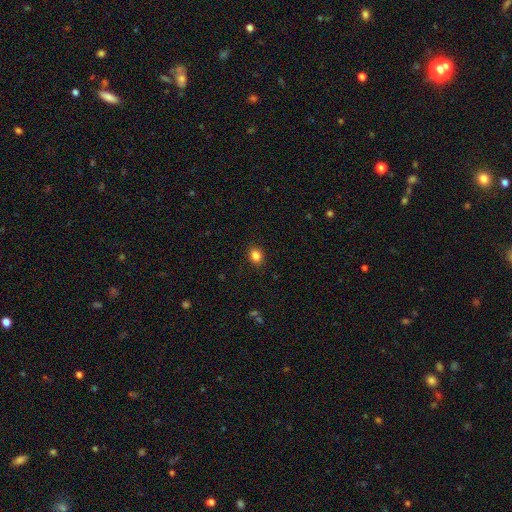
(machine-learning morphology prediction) Smooth or featured: smooth — 85% (star or artifact — 11%)
How rounded: round — 57% (in between — 43%)
Merging: none — 90% (minor disturbance — 7%)